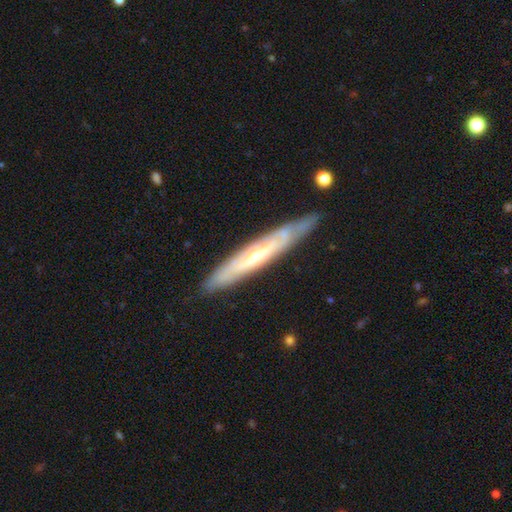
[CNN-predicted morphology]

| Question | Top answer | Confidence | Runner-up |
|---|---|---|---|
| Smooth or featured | featured or disk | 71% | smooth (23%) |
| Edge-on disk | yes | 68% | no (32%) |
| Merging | none | 81% | minor disturbance (15%) |